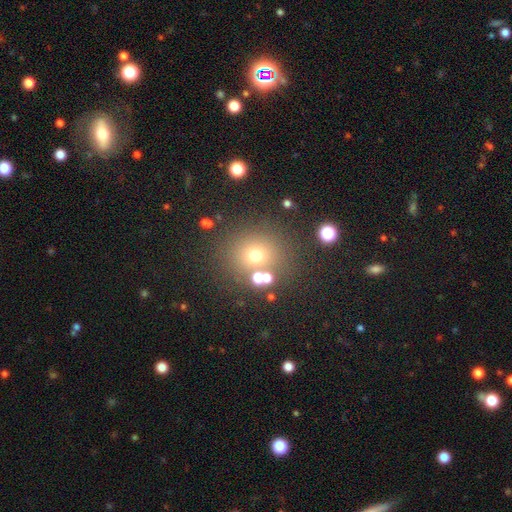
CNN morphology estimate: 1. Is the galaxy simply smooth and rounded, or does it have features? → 65% smooth, 23% star or artifact, 12% featured or disk.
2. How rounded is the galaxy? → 85% round, 14% in between, 1% cigar-shaped.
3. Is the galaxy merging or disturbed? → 75% none, 11% merger, 9% minor disturbance, 5% major disturbance.